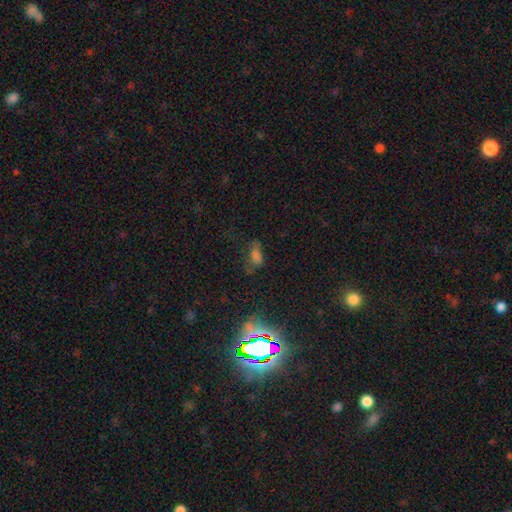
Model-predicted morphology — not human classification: This appears to be a smooth galaxy with no disk features (50%) that is in between round and cigar-shaped (78%). Merging: none (46%).